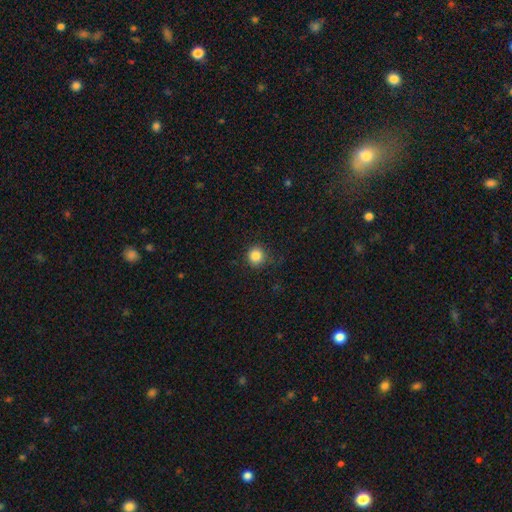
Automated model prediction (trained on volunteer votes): Overall: smooth (85%). How rounded: round (94%). Merging: none (83%).